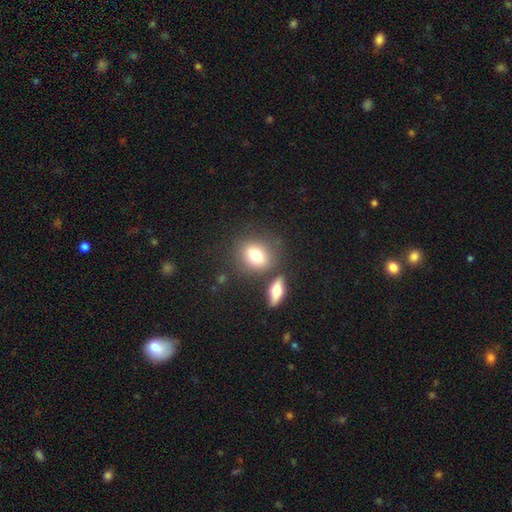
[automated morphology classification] smooth-or-featured: smooth: 76% | featured or disk: 15% | star or artifact: 9%
  how-rounded: in between: 56% | round: 42% | cigar-shaped: 3%
  merging: none: 69% | merger: 16% | minor disturbance: 11% | major disturbance: 4%